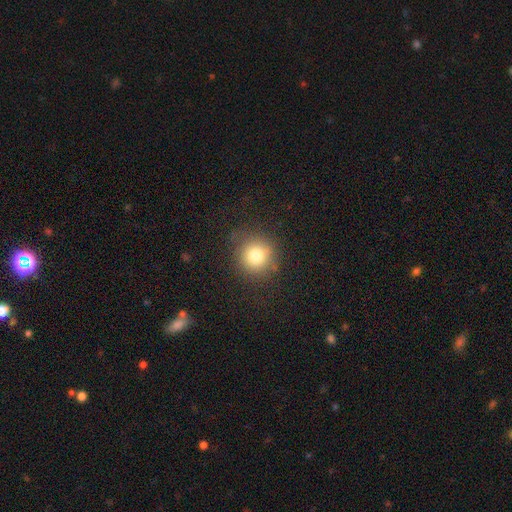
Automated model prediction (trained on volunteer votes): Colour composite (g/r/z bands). It shows a smooth galaxy with no disk features (78%) that is round (91%). Merging: none (82%).